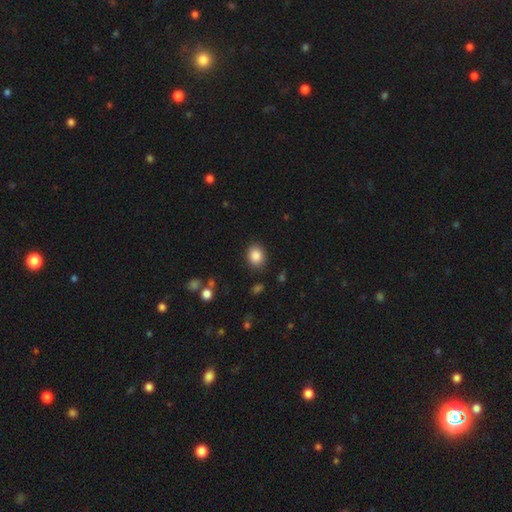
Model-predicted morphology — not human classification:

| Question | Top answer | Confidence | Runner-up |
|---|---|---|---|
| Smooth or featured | smooth | 87% | star or artifact (9%) |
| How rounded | round | 55% | in between (44%) |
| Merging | none | 85% | minor disturbance (10%) |